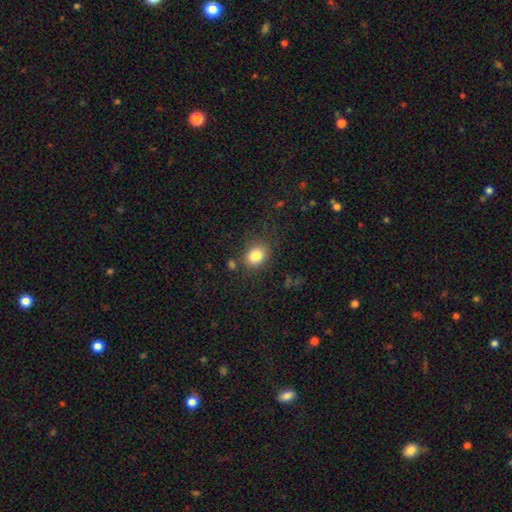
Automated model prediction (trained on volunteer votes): Q: Smooth or featured?
A: smooth (83%); runner-up: star or artifact (11%)
Q: How rounded?
A: round (55%); runner-up: in between (44%)
Q: Merging?
A: none (80%); runner-up: minor disturbance (12%)